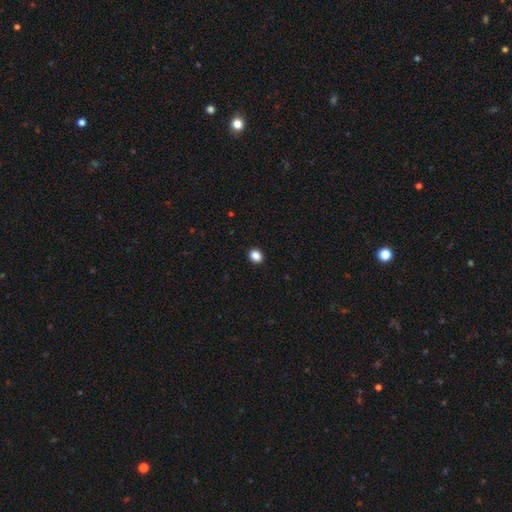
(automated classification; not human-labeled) Smooth or featured? smooth (87%)
How rounded? round (51%)
Merging? none (92%)